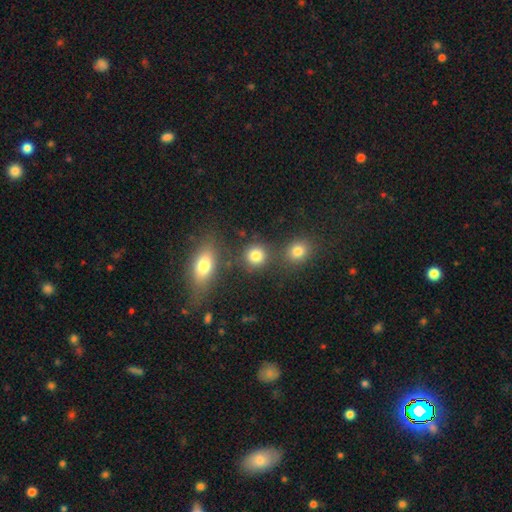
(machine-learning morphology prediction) The model was most divided on "merging": none: 71%, merger: 16%, minor disturbance: 9%, major disturbance: 4%. More confident: how rounded — round (83%); smooth or featured — smooth (82%).